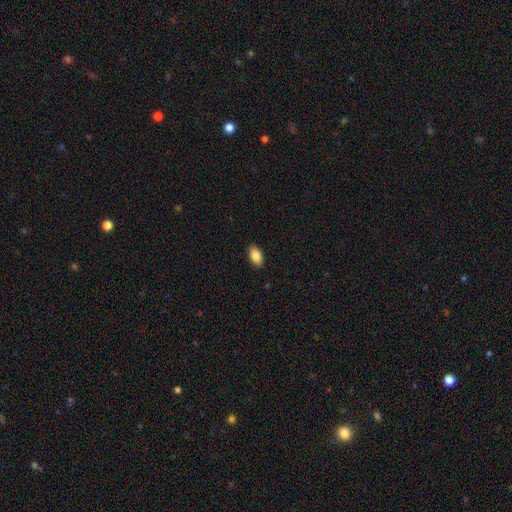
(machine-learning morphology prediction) This is clearly a smooth galaxy (85%). How rounded: clearly in between (93%). Merging: clearly none (90%).